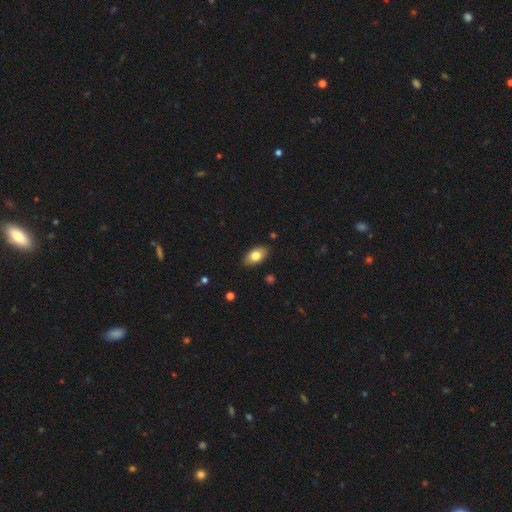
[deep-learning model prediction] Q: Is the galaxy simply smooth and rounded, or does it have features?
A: smooth — 78%.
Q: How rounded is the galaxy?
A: in between — 92%.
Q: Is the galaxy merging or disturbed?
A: none — 87%.